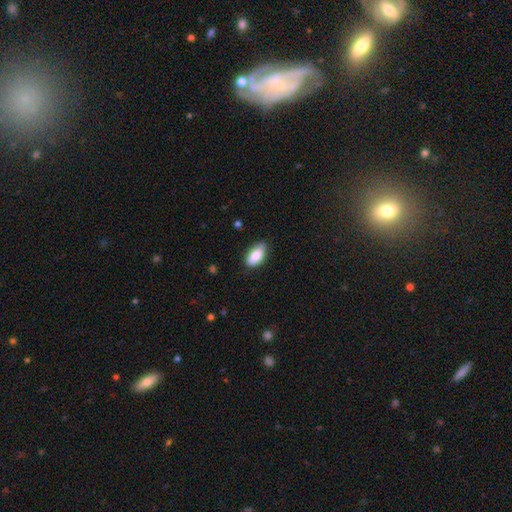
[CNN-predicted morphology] smooth-or-featured: smooth: 85% | featured or disk: 8% | star or artifact: 7%
  how-rounded: in between: 91% | cigar-shaped: 6% | round: 3%
  merging: none: 78% | minor disturbance: 18% | major disturbance: 3% | merger: 1%